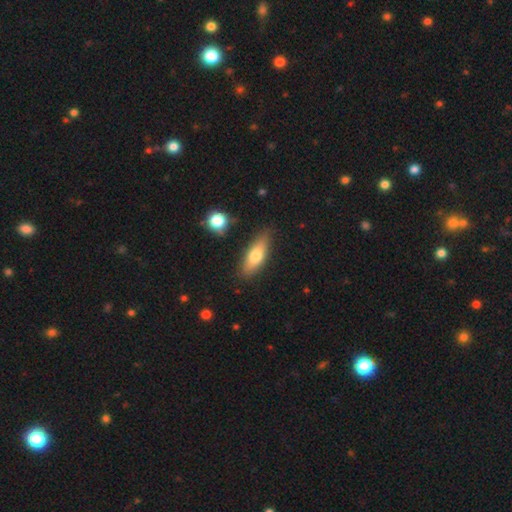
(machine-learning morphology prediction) type=smooth (68%); roundness=in between (62%); merging=none (81%).